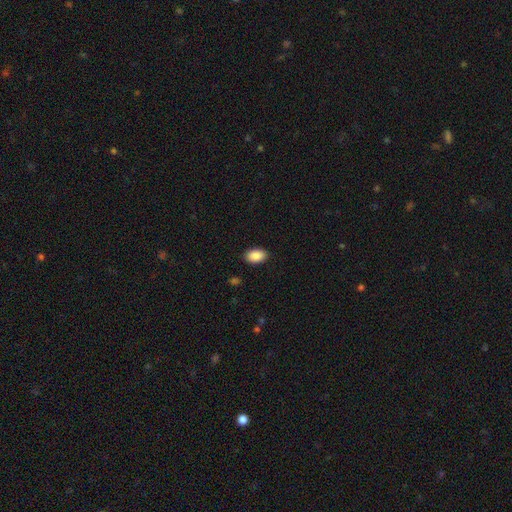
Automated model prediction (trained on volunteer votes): This appears to be a smooth galaxy with no disk features (90%) that is in between round and cigar-shaped (91%). Merging: none (89%).